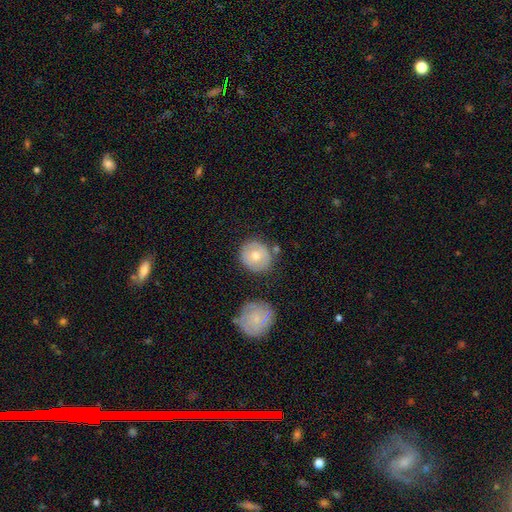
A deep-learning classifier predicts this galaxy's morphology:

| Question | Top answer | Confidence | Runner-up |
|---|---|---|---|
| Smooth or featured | smooth | 67% | featured or disk (27%) |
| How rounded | round | 86% | in between (13%) |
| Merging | none | 76% | minor disturbance (13%) |